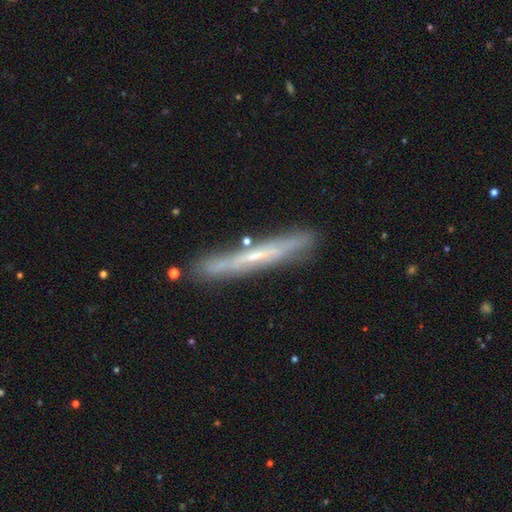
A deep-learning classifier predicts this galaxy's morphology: smooth-or-featured: featured or disk: 62% | smooth: 31% | star or artifact: 7%
  disk-edge-on: yes: 89% | no: 11%
    edge-on-bulge: none: 68% | rounded: 26% | boxy: 5%
  merging: none: 83% | minor disturbance: 12% | merger: 3% | major disturbance: 2%